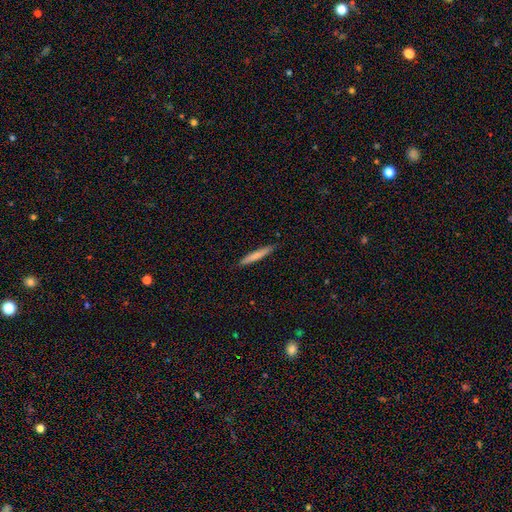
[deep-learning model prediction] A smooth galaxy with no disk features (74%) that is cigar-shaped (95%).

Vote fractions:
- Smooth or featured? smooth: 74% / featured or disk: 21% / star or artifact: 6%
- How rounded? cigar-shaped: 95% / in between: 4% / round: 1%
- Merging? none: 89% / minor disturbance: 8% / major disturbance: 1% / merger: 1%